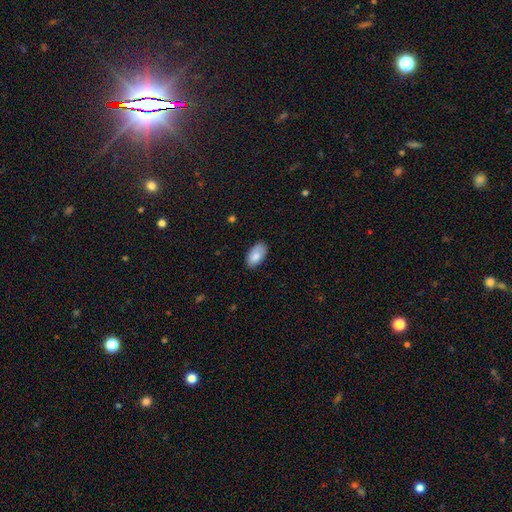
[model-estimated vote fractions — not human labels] Smooth or featured? Predicted: smooth (p=0.85). How rounded? Predicted: in between (p=0.95). Merging? Predicted: none (p=0.80).